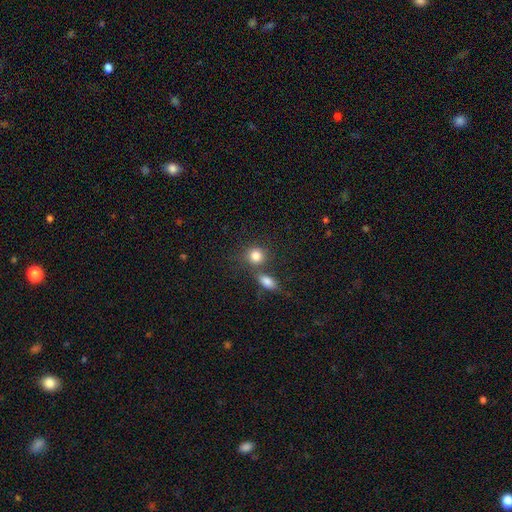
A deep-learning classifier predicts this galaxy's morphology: smooth_or_featured: smooth (p=0.82) [alt: star or artifact p=0.10]
how_rounded: round (p=0.78) [alt: in between p=0.21]
merging: none (p=0.56) [alt: merger p=0.30]